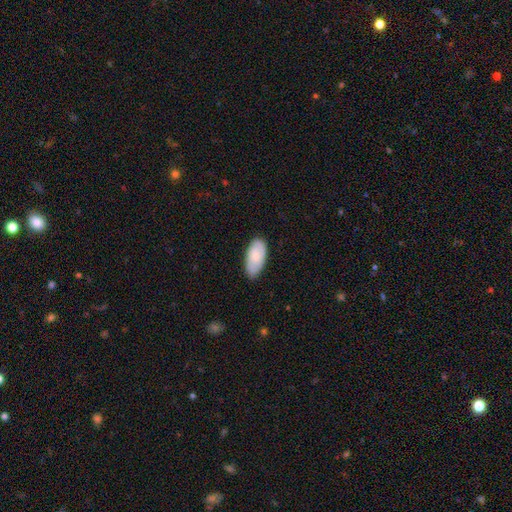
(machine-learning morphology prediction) Smooth or featured: smooth — 72% (featured or disk — 22%)
How rounded: in between — 92% (cigar-shaped — 6%)
Merging: none — 76% (minor disturbance — 19%)